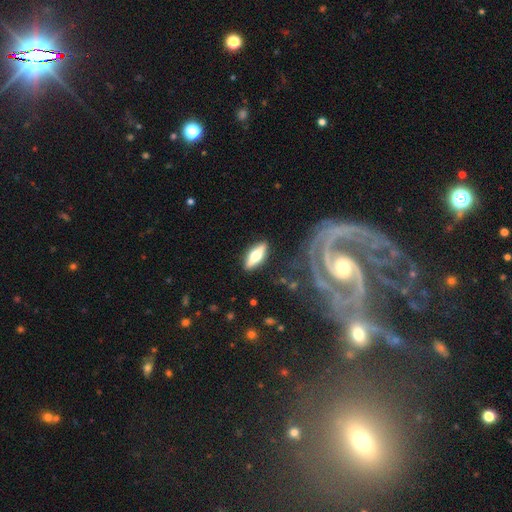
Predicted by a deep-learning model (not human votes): featured or disk 52%, smooth 42%, star or artifact 6%. Down the decision tree: edge-on disk — yes (83%); merging — none (84%).